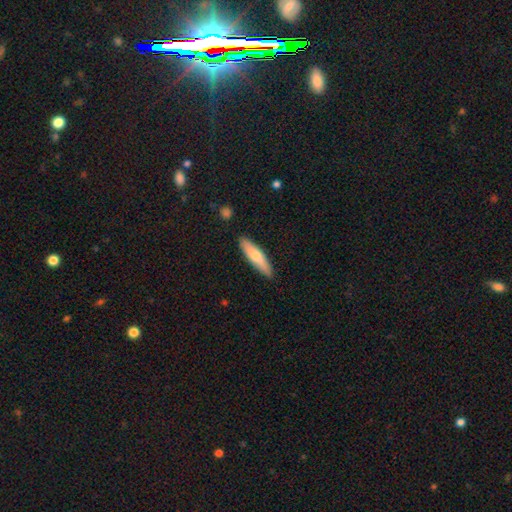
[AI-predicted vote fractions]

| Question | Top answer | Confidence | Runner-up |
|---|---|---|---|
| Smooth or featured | smooth | 66% | featured or disk (28%) |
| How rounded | cigar-shaped | 75% | in between (23%) |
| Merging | none | 88% | minor disturbance (9%) |